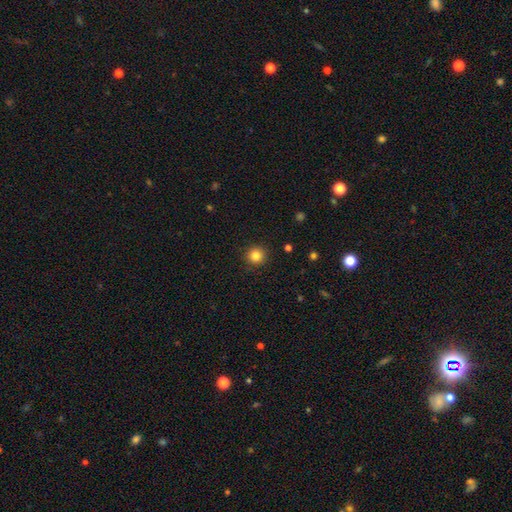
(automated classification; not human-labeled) This appears to be a smooth galaxy with no disk features (83%) that is round (95%). Merging: none (92%).